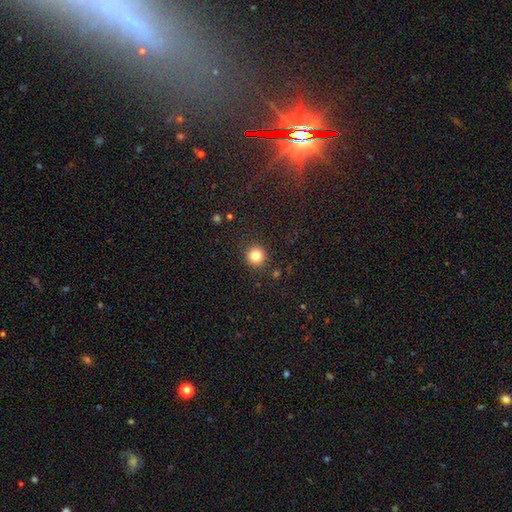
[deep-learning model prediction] This appears to be a smooth galaxy with no disk features (83%) that is round (94%). Merging: none (91%).